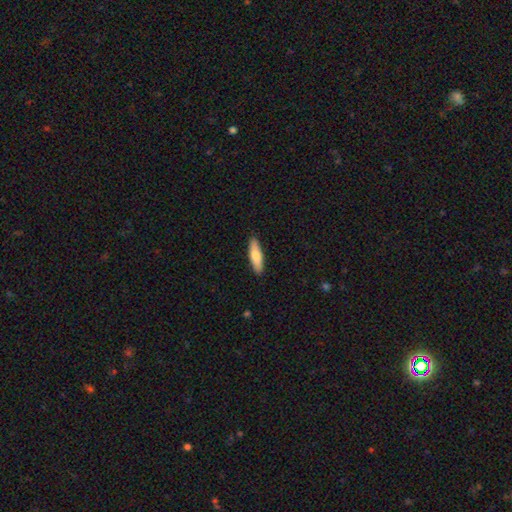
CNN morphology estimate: This is likely a smooth galaxy (73%). How rounded: possibly cigar-shaped (59%). Merging: clearly none (90%).